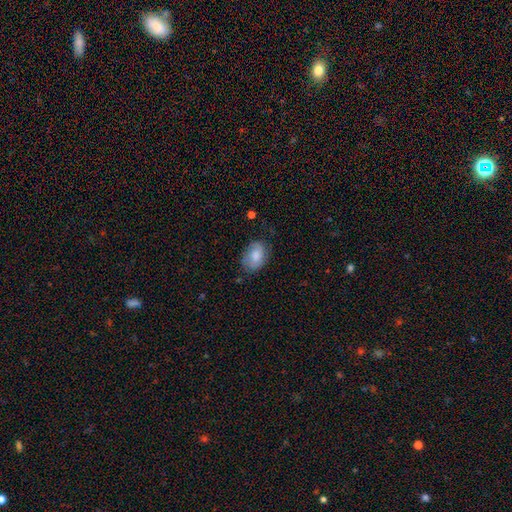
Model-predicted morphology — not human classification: Smooth or featured: smooth — 70% (featured or disk — 23%)
How rounded: in between — 83% (round — 15%)
Merging: none — 69% (minor disturbance — 23%)